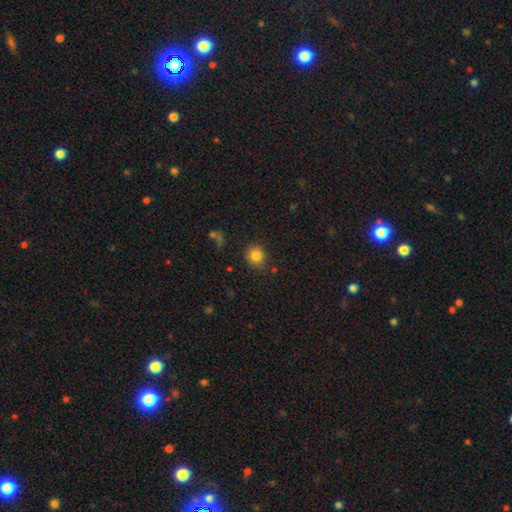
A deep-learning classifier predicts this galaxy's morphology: Q: Smooth or featured?
A: smooth (84%); runner-up: star or artifact (11%)
Q: How rounded?
A: round (85%); runner-up: in between (14%)
Q: Merging?
A: none (85%); runner-up: minor disturbance (9%)